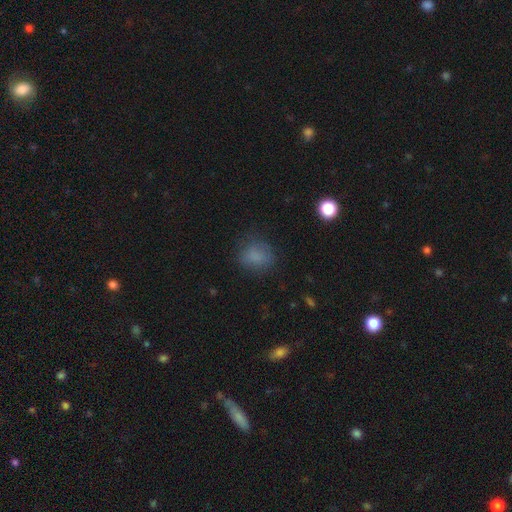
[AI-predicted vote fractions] Smooth or featured? smooth (77%)
How rounded? round (61%)
Merging? none (72%)